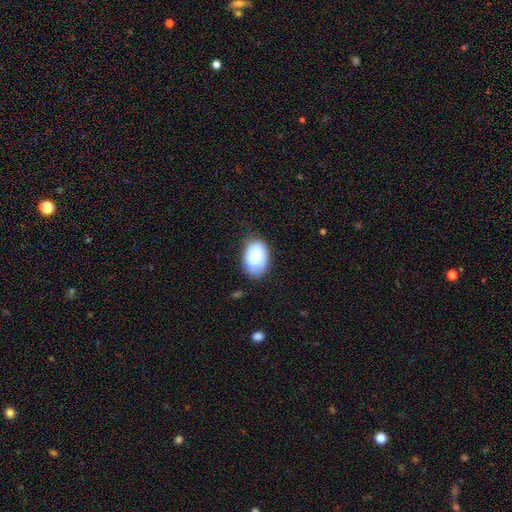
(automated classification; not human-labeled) This is likely a smooth galaxy (78%). How rounded: clearly in between (85%). Merging: likely none (69%).